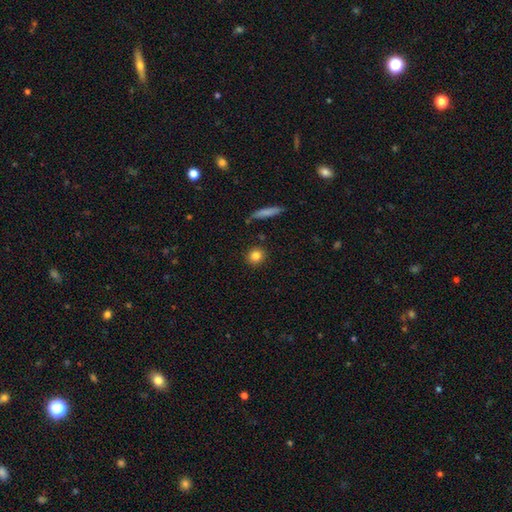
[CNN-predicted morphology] Smooth or featured?
  - smooth: 83% *
  - star or artifact: 10%
  - featured or disk: 7%
How rounded?
  - round: 85% *
  - in between: 12%
  - cigar-shaped: 3%
Merging?
  - none: 88% *
  - minor disturbance: 7%
  - merger: 3%
  - major disturbance: 2%